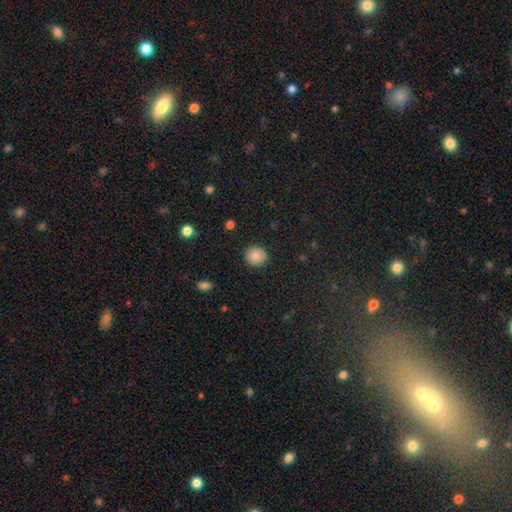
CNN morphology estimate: type=smooth (88%); roundness=round (91%); merging=none (91%).